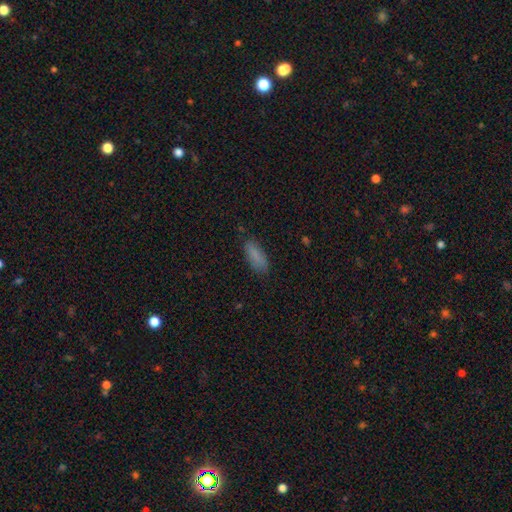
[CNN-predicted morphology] Q: Smooth or featured?
A: smooth (84%); runner-up: star or artifact (8%)
Q: How rounded?
A: in between (73%); runner-up: cigar-shaped (25%)
Q: Merging?
A: none (79%); runner-up: minor disturbance (15%)